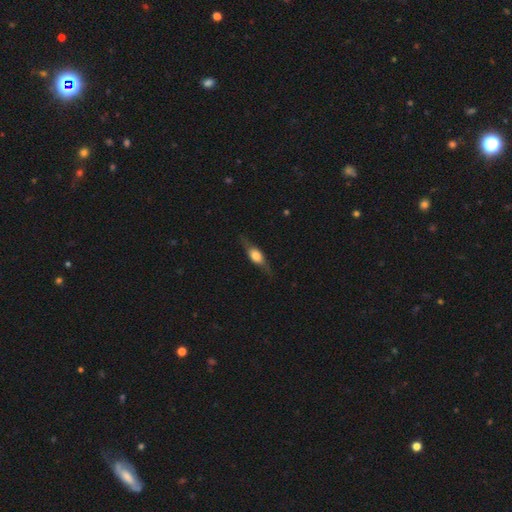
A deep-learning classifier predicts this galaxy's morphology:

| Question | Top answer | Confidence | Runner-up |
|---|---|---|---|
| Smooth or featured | featured or disk | 52% | smooth (41%) |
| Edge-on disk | yes | 87% | no (13%) |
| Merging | none | 76% | minor disturbance (17%) |